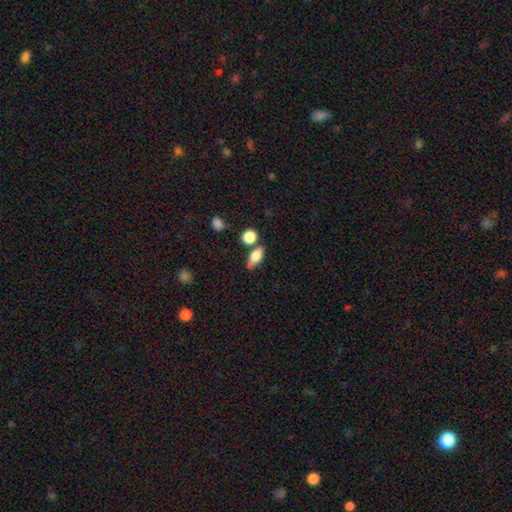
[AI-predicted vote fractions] smooth-or-featured: smooth: 77% | featured or disk: 15% | star or artifact: 9%
  how-rounded: in between: 77% | cigar-shaped: 13% | round: 10%
  merging: none: 65% | minor disturbance: 16% | merger: 14% | major disturbance: 5%